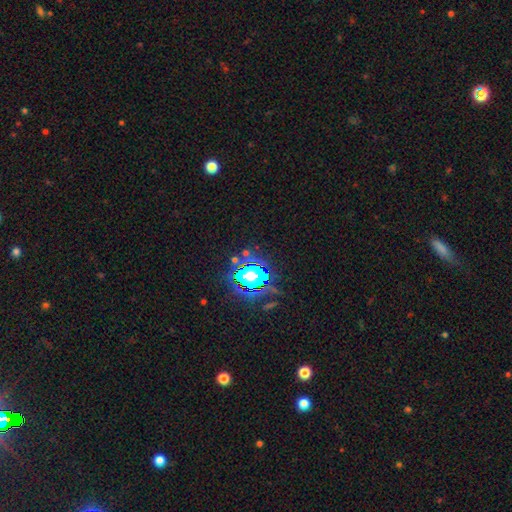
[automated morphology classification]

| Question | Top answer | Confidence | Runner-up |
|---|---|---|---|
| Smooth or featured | star or artifact | 81% | smooth (11%) |